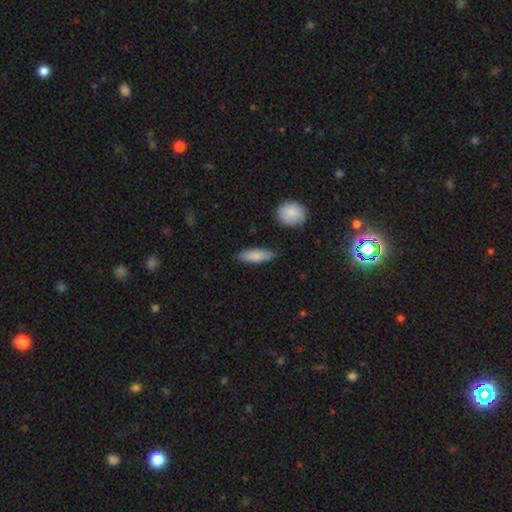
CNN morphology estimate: The model was most divided on "how rounded": in between: 63%, cigar-shaped: 34%, round: 2%. More confident: smooth or featured — smooth (82%); merging — none (81%).